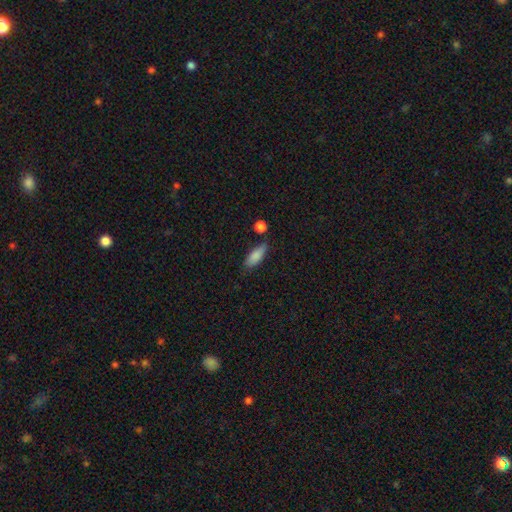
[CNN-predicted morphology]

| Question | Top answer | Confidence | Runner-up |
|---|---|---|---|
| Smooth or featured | smooth | 84% | featured or disk (9%) |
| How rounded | in between | 69% | cigar-shaped (28%) |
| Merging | none | 67% | minor disturbance (21%) |